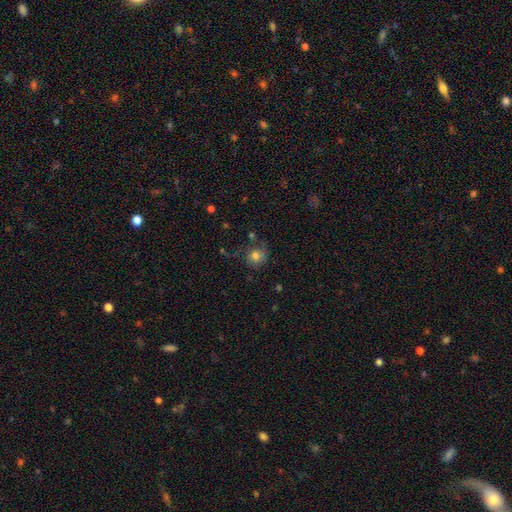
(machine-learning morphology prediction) smooth-or-featured: smooth: 73% | featured or disk: 15% | star or artifact: 12%
  how-rounded: round: 82% | in between: 17% | cigar-shaped: 1%
  merging: none: 62% | minor disturbance: 21% | major disturbance: 11% | merger: 6%